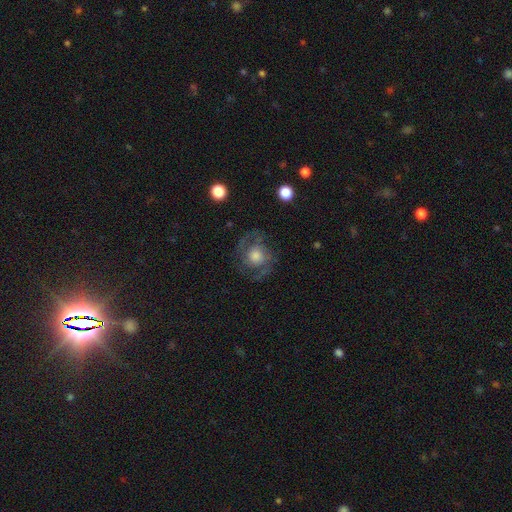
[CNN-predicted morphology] The model was most divided on "bulge size": moderate: 41%, large: 38%, small: 12%, dominant: 4%, none: 4%. Remaining: edge-on disk — no (97%); spiral arms — yes (79%); bar — no (79%); merging — none (73%); smooth or featured — featured or disk (66%); spiral arm count — 2 (65%); spiral winding — medium (47%).